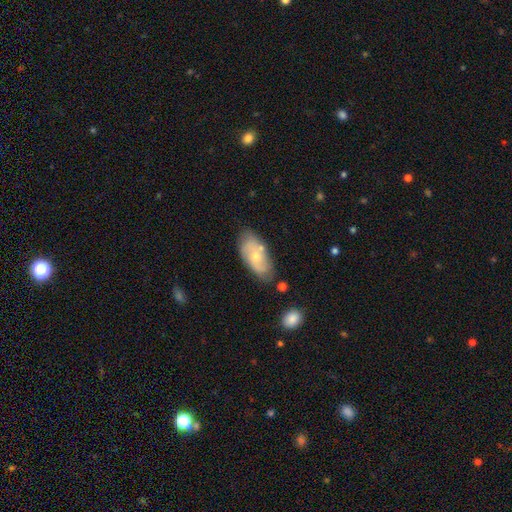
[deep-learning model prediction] The model was most divided on "smooth or featured": smooth: 48%, featured or disk: 45%, star or artifact: 6%. More confident: merging — none (65%).